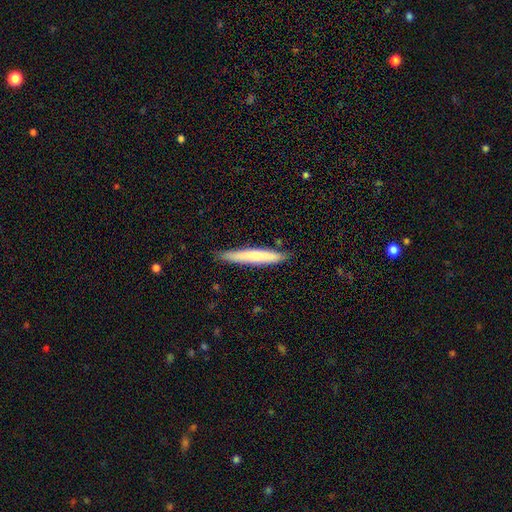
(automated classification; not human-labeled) Smooth or featured: smooth — 68% (featured or disk — 27%)
How rounded: cigar-shaped — 94% (in between — 5%)
Merging: none — 85% (minor disturbance — 12%)